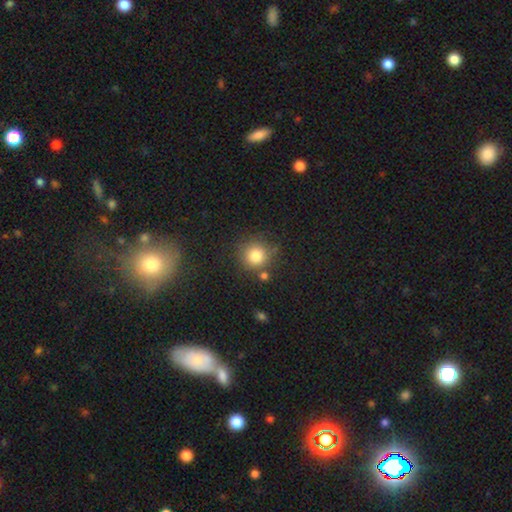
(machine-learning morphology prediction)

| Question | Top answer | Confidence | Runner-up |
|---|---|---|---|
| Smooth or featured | smooth | 82% | star or artifact (12%) |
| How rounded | round | 92% | in between (7%) |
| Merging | none | 76% | minor disturbance (12%) |